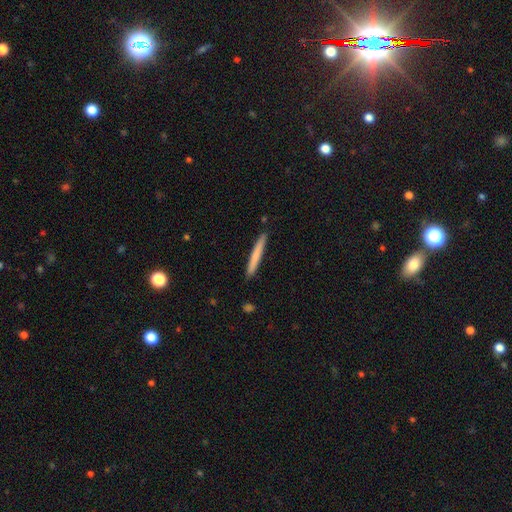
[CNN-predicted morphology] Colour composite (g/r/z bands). It shows a smooth galaxy with no disk features (72%) that is cigar-shaped (97%). Merging: none (91%).